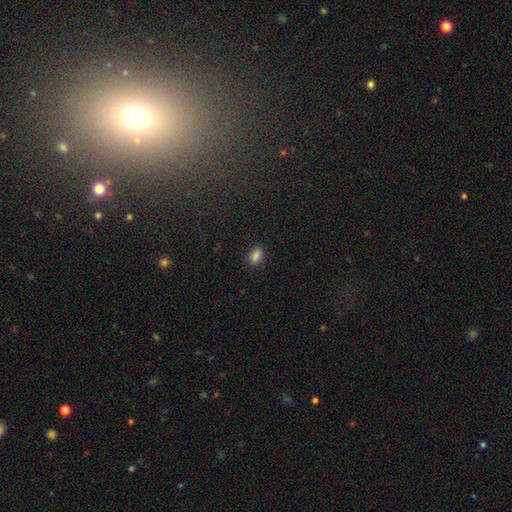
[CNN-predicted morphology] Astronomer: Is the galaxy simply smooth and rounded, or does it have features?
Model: smooth — 85%.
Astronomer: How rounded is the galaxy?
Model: in between — 87%.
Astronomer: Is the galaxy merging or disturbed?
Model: none — 87%.